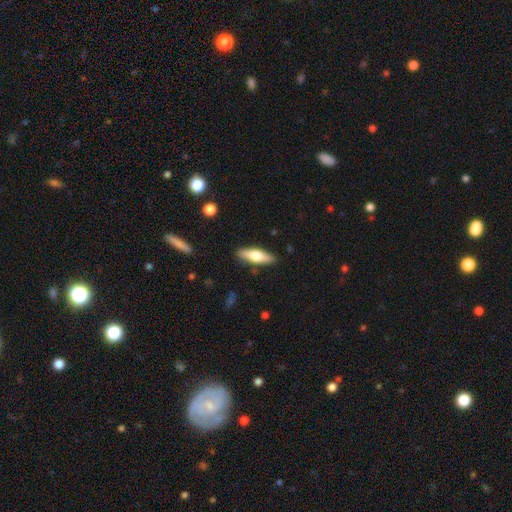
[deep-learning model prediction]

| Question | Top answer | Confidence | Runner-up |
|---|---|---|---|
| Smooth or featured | smooth | 53% | featured or disk (42%) |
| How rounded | cigar-shaped | 53% | in between (44%) |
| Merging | none | 88% | minor disturbance (9%) |